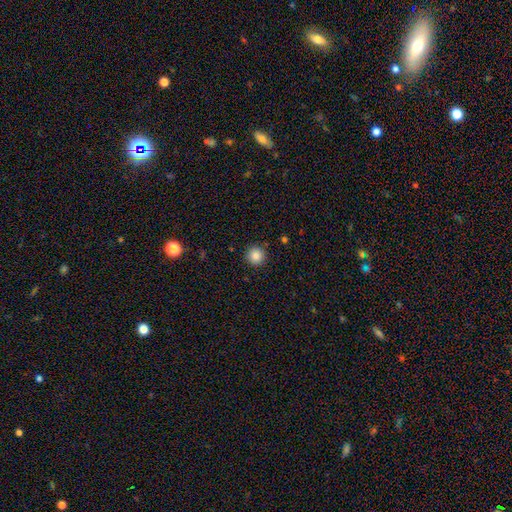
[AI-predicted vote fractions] Smooth or featured?
  - smooth: 86% *
  - star or artifact: 10%
  - featured or disk: 4%
How rounded?
  - round: 95% *
  - in between: 4%
  - cigar-shaped: 1%
Merging?
  - none: 91% *
  - minor disturbance: 6%
  - major disturbance: 2%
  - merger: 1%